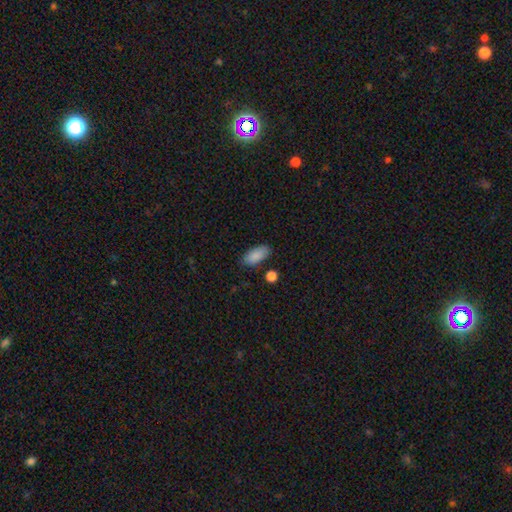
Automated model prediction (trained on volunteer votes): smooth_or_featured: smooth (p=0.88) [alt: star or artifact p=0.07]
how_rounded: in between (p=0.91) [alt: cigar-shaped p=0.06]
merging: none (p=0.78) [alt: minor disturbance p=0.14]